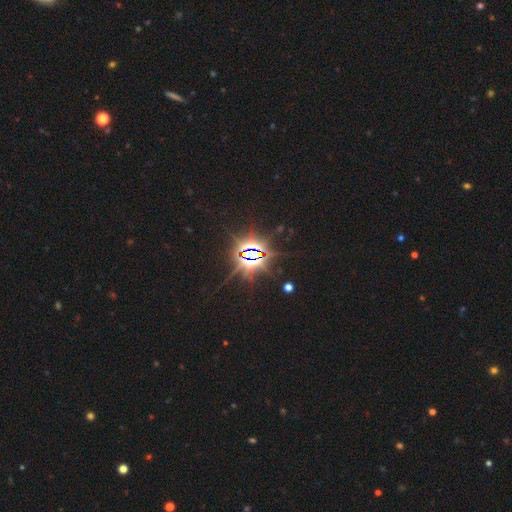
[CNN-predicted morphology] This is clearly a star or artifact rather than a galaxy (85%).